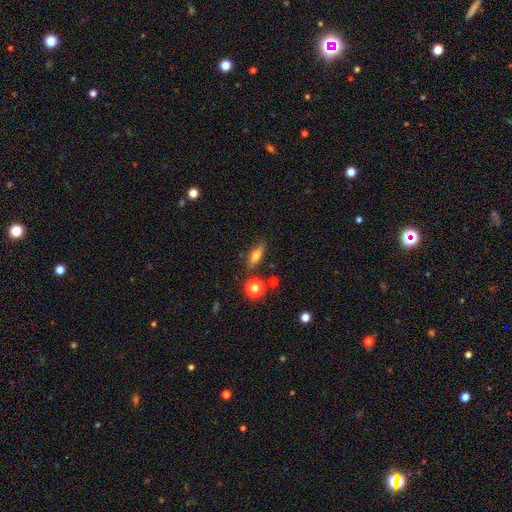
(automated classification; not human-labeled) The model was most divided on "how rounded": in between: 51%, cigar-shaped: 41%, round: 8%. More confident: merging — none (81%); smooth or featured — smooth (63%).